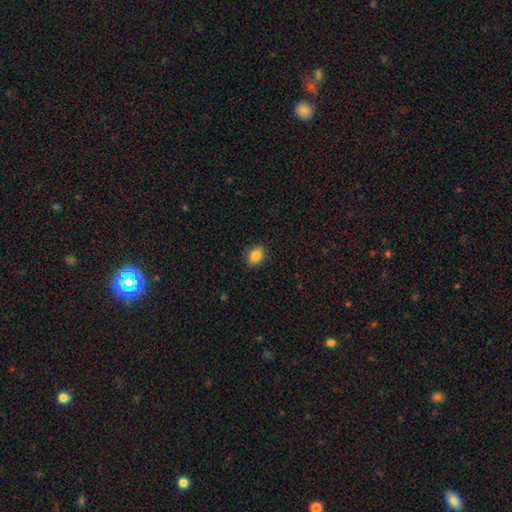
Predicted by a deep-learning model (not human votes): A smooth galaxy with no disk features (85%) that is in between round and cigar-shaped (68%). Merging: none (87%).